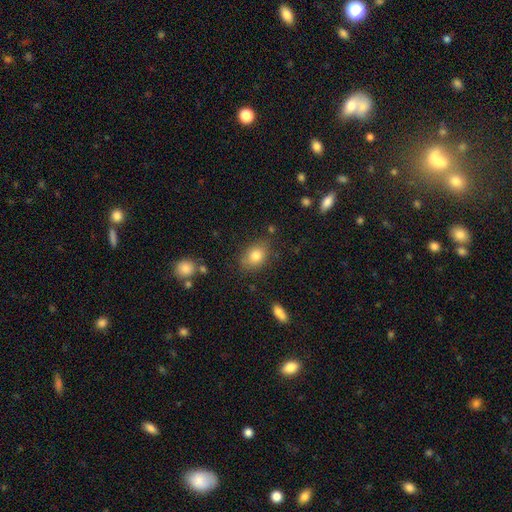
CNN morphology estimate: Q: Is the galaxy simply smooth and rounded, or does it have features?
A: smooth — 81%.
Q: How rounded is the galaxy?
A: in between — 70%.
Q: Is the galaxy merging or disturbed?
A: none — 77%.